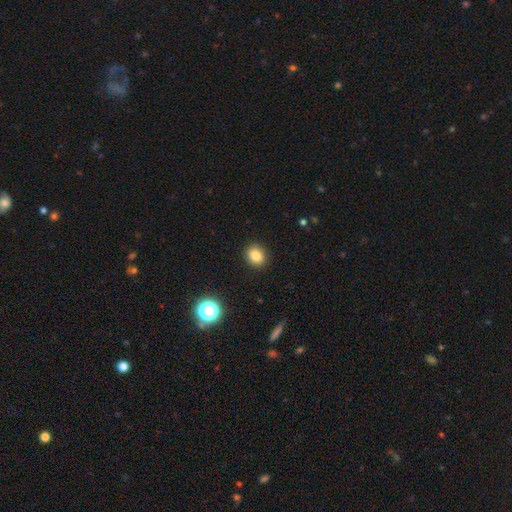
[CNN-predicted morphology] type=smooth (83%); roundness=round (50%); merging=none (89%).